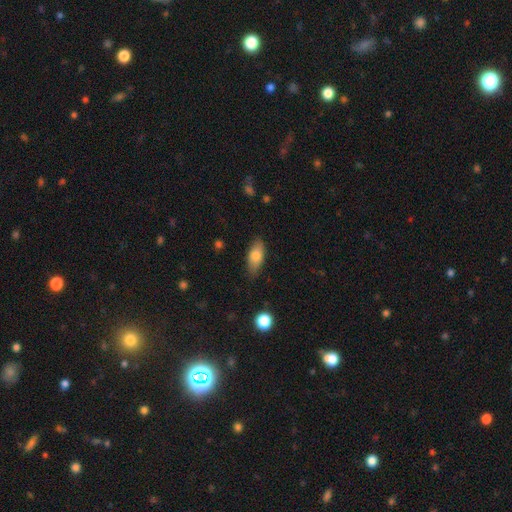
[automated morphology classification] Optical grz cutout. It shows a smooth galaxy with no disk features (78%) that is in between round and cigar-shaped (84%). Merging: none (79%).